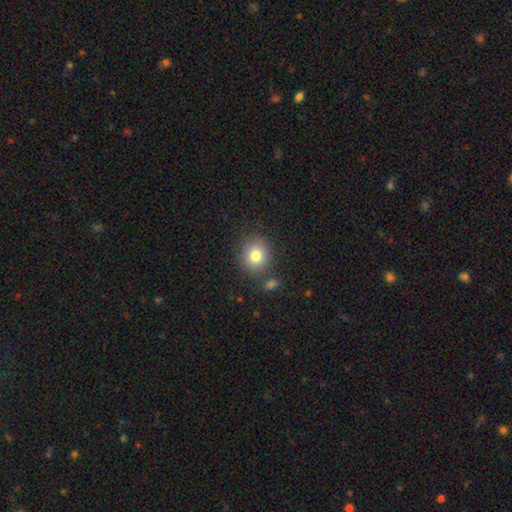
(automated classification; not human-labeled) Smooth or featured? Predicted: smooth (p=0.80). How rounded? Predicted: round (p=0.85). Merging? Predicted: none (p=0.79).